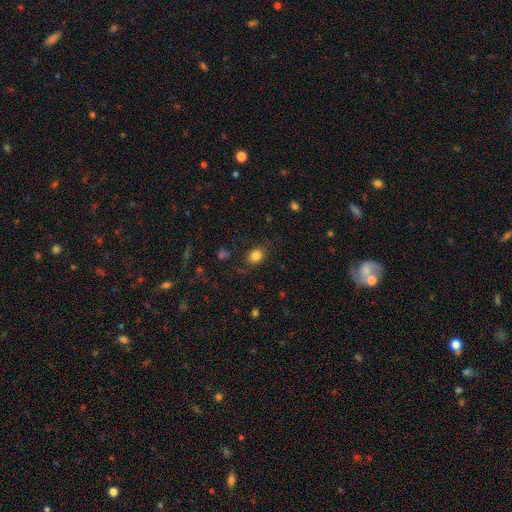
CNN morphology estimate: Smooth or featured: smooth — 81% (star or artifact — 12%)
How rounded: round — 55% (in between — 44%)
Merging: none — 78% (minor disturbance — 14%)